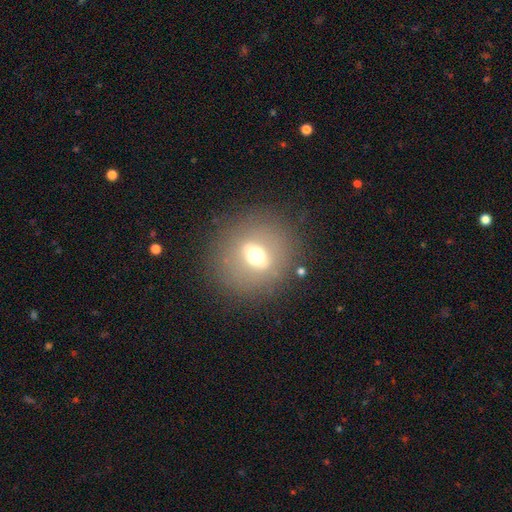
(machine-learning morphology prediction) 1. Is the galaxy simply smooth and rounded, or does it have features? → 46% smooth, 39% featured or disk, 15% star or artifact.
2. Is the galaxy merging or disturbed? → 82% none, 10% minor disturbance, 6% major disturbance, 2% merger.